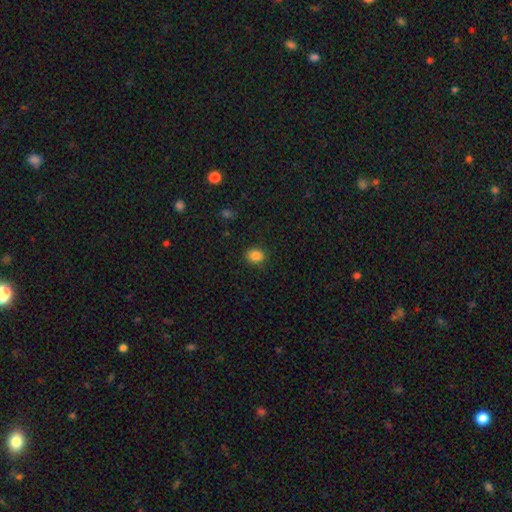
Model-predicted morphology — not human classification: smooth_or_featured: smooth (p=0.85) [alt: star or artifact p=0.11]
how_rounded: round (p=0.64) [alt: in between p=0.35]
merging: none (p=0.87) [alt: minor disturbance p=0.09]